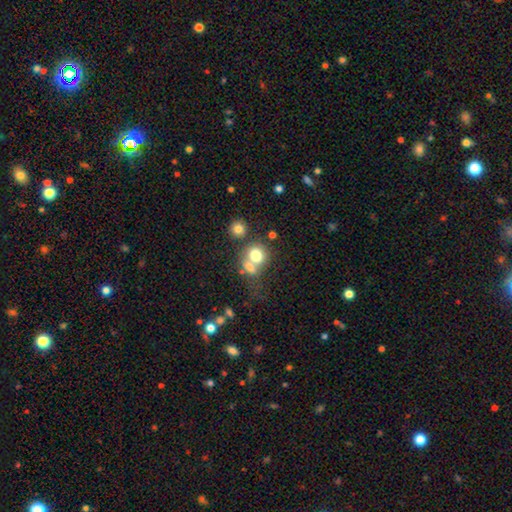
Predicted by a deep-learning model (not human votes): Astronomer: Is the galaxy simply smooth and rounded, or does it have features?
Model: smooth — 73%.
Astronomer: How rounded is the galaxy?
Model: round — 71%.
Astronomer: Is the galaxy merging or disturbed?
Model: merger — 47% (runner-up: none, 37%).